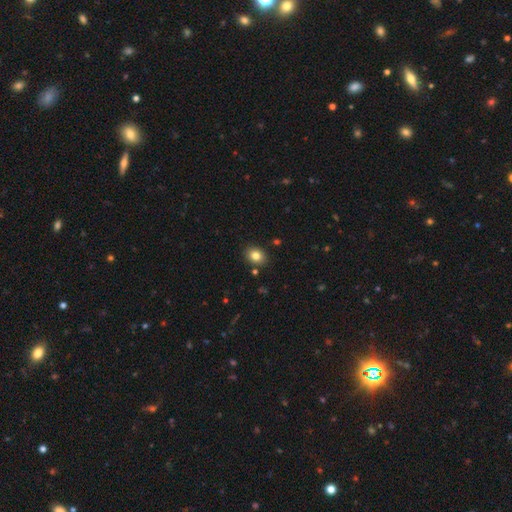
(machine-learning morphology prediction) smooth_or_featured: smooth (p=0.82) [alt: star or artifact p=0.11]
how_rounded: in between (p=0.52) [alt: round p=0.47]
merging: none (p=0.87) [alt: minor disturbance p=0.08]